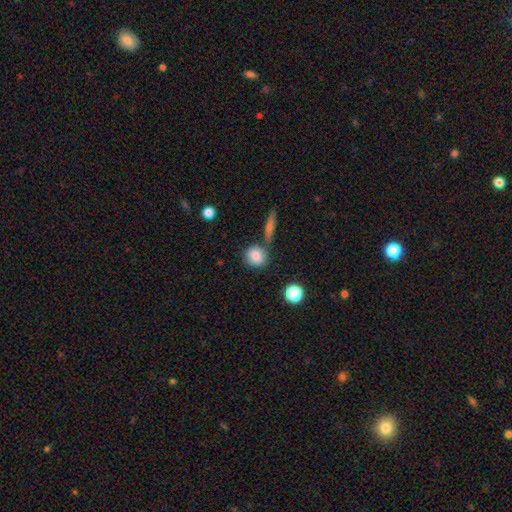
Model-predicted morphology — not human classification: This is clearly a smooth galaxy (84%). How rounded: likely round (80%). Merging: likely none (74%).